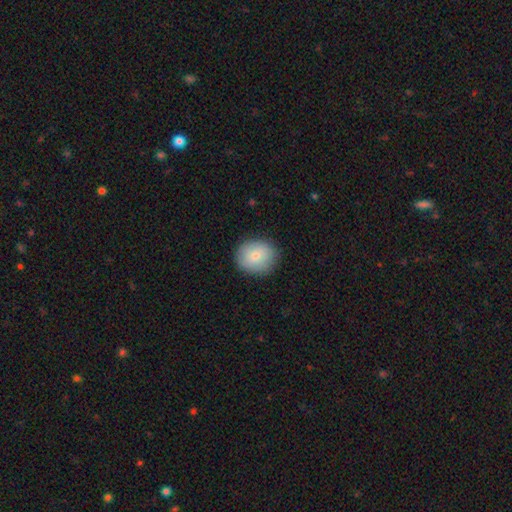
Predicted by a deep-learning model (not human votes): A smooth galaxy with no disk features (81%) that is round (70%).

Vote fractions:
- Smooth or featured? smooth: 81% / featured or disk: 12% / star or artifact: 8%
- How rounded? round: 70% / in between: 29% / cigar-shaped: 1%
- Merging? none: 86% / minor disturbance: 10% / major disturbance: 3% / merger: 1%